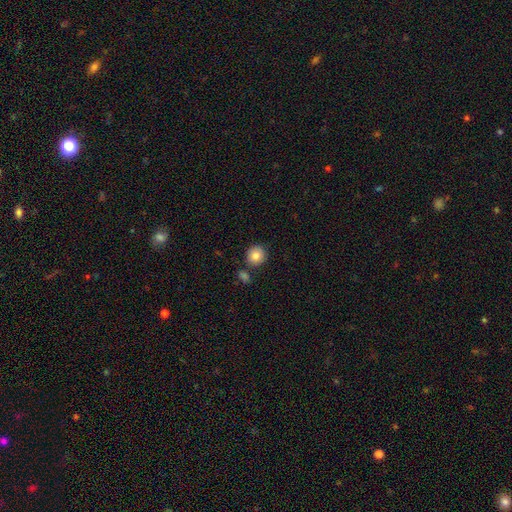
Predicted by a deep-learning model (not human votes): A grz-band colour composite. It shows a smooth galaxy with no disk features (83%) that is round (91%). Merging: none (80%).